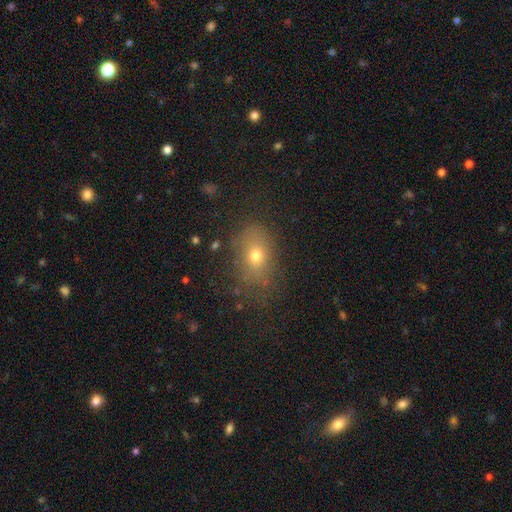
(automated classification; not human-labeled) smooth-or-featured: smooth: 68% | featured or disk: 16% | star or artifact: 16%
  how-rounded: in between: 67% | round: 31% | cigar-shaped: 2%
  merging: none: 70% | minor disturbance: 18% | major disturbance: 10% | merger: 2%